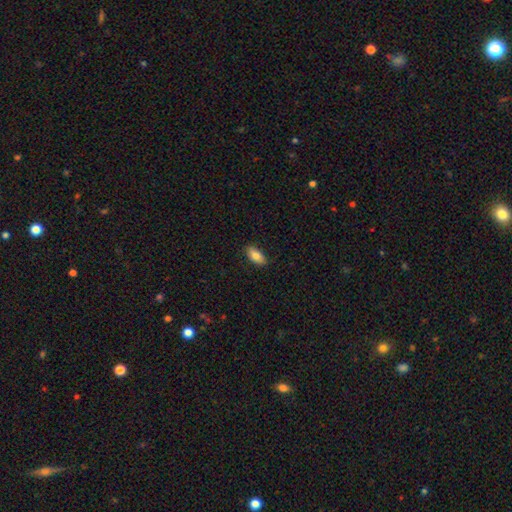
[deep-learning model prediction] Overall: smooth (83%). How rounded: in between (90%). Merging: none (87%).